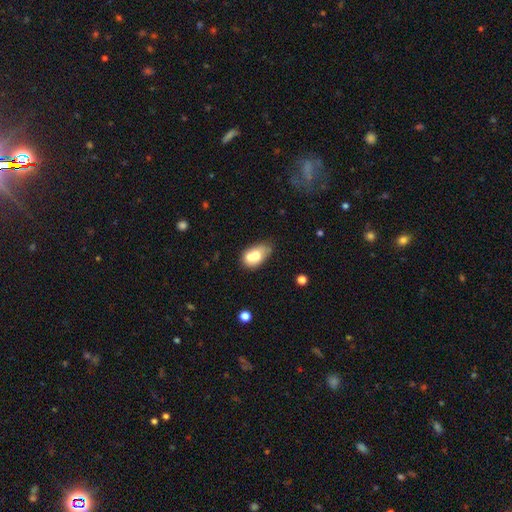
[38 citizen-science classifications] Q: Smooth or featured?
A: smooth (74%); runner-up: featured or disk (24%)
Q: How rounded?
A: in between (57%); runner-up: round (43%)
Q: Merging?
A: merger (65%); runner-up: none (19%)